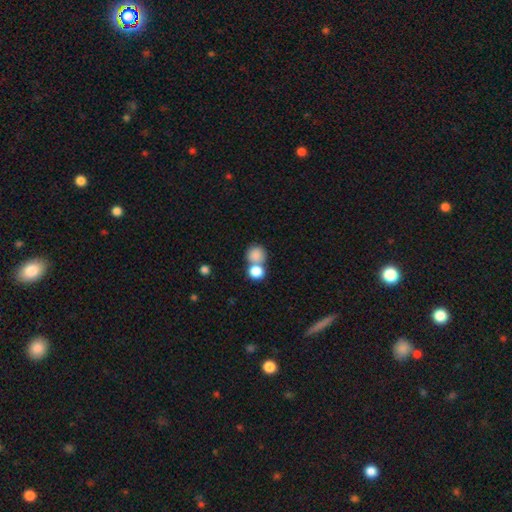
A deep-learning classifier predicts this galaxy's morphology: This appears to be a smooth galaxy with no disk features (83%) that is round (83%). Merging: merger (46%).